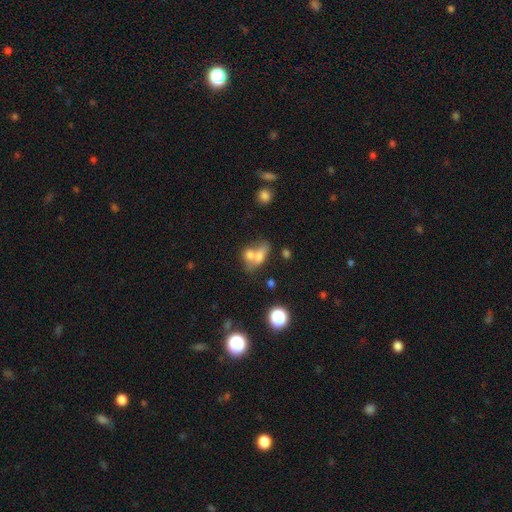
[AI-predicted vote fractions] smooth_or_featured: smooth (p=0.67) [alt: featured or disk p=0.21]
how_rounded: in between (p=0.72) [alt: round p=0.22]
merging: merger (p=0.61) [alt: none p=0.24]